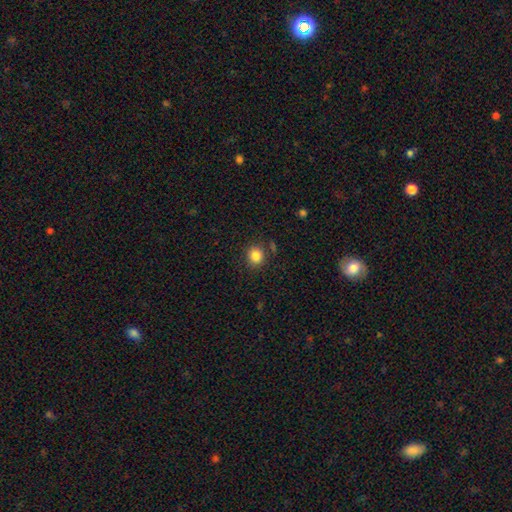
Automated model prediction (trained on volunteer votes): Overall: smooth (84%). How rounded: round (83%). Merging: none (84%).